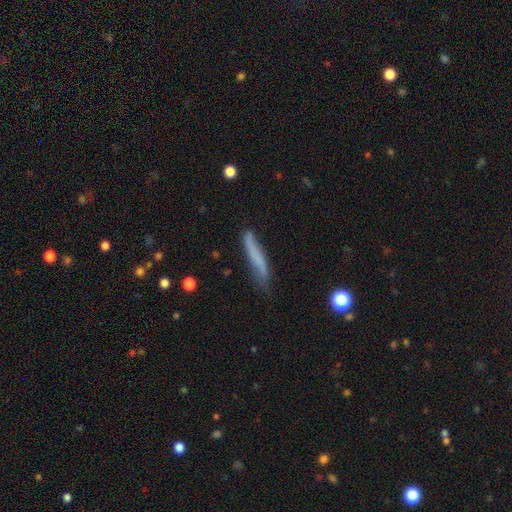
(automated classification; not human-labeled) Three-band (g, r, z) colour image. It shows a smooth galaxy with no disk features (65%) that is cigar-shaped (91%). Merging: none (64%).